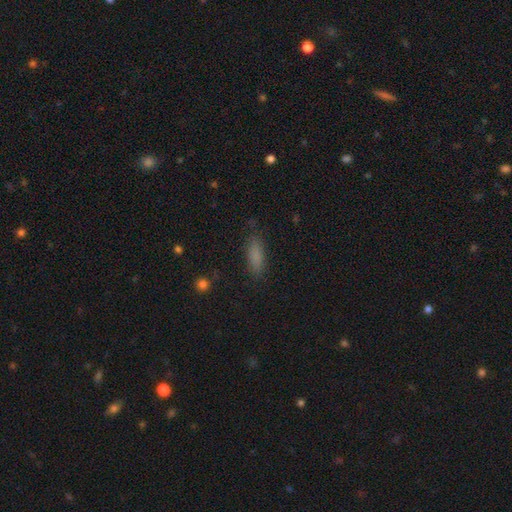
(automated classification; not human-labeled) This appears to be a smooth galaxy with no disk features (81%) that is in between round and cigar-shaped (55%). Merging: none (83%).